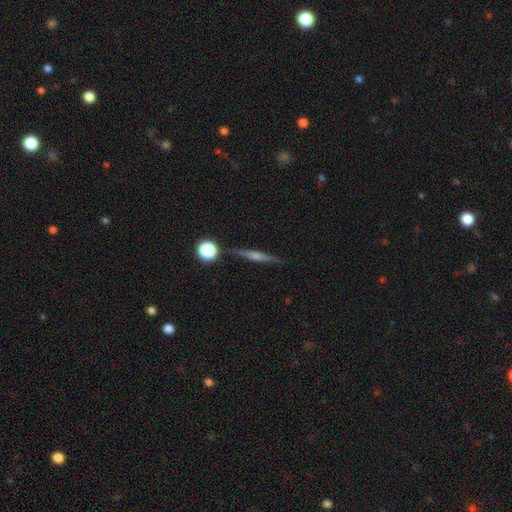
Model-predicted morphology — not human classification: This appears to be a featured or disk galaxy (70%) viewed edge-on (97%) with a rounded central bulge (71%). Merging: none (89%).